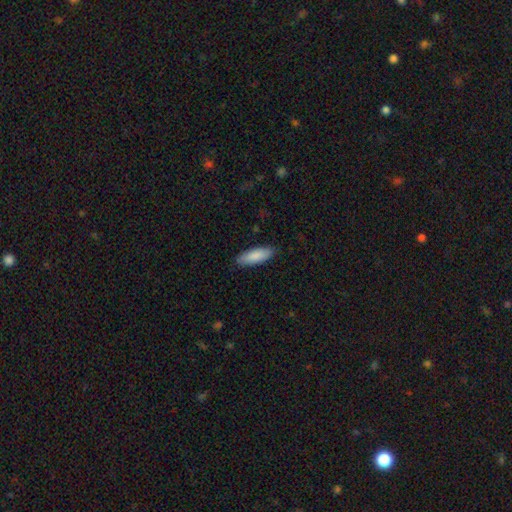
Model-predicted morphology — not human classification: This is clearly a smooth galaxy (88%). How rounded: likely in between (62%). Merging: clearly none (87%).